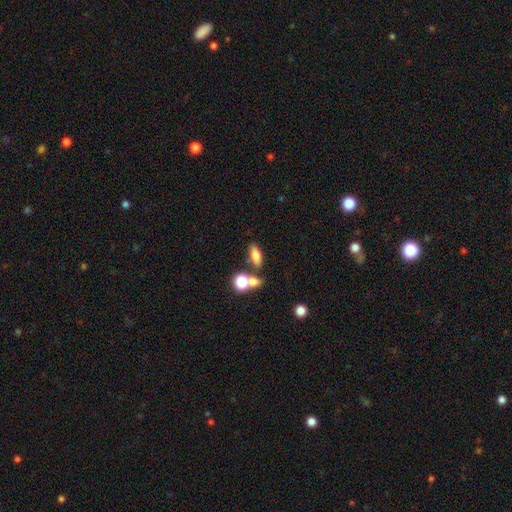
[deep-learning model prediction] Q: Smooth or featured?
A: smooth (75%); runner-up: featured or disk (14%)
Q: How rounded?
A: in between (69%); runner-up: cigar-shaped (20%)
Q: Merging?
A: none (62%); runner-up: merger (22%)